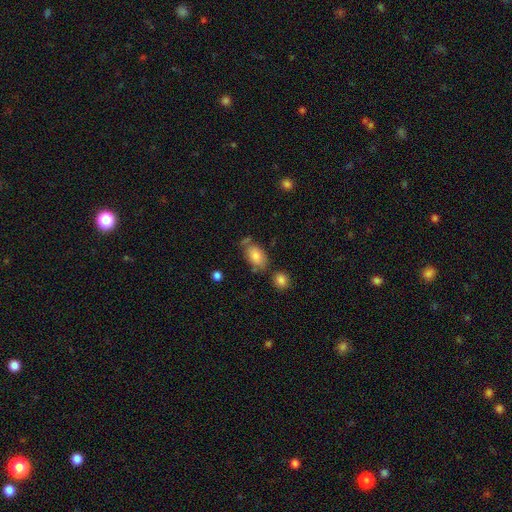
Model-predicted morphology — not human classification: Overall: smooth (80%). How rounded: in between (88%). Merging: none (59%; minor disturbance 21%).